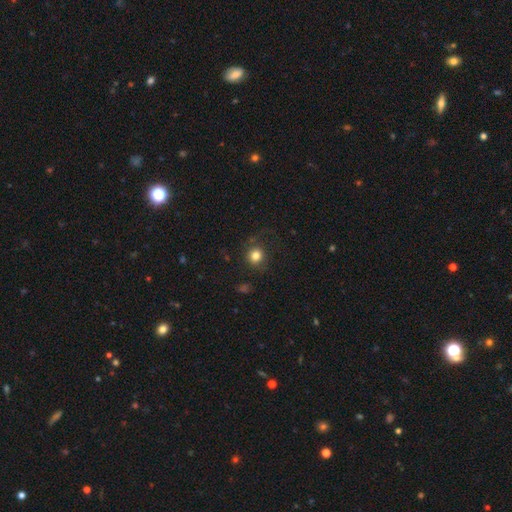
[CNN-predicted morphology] A smooth galaxy with no disk features (82%) that is round (89%). Merging: none (79%).